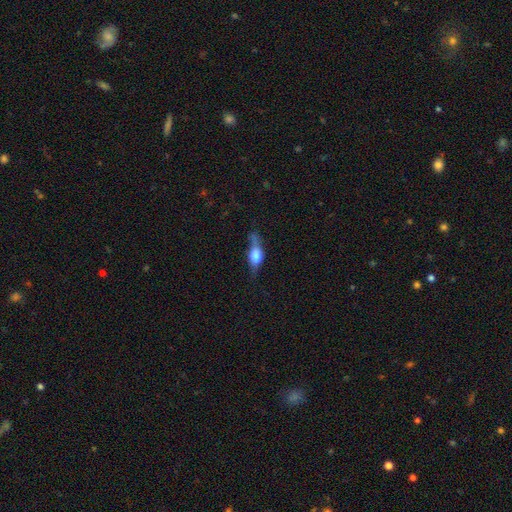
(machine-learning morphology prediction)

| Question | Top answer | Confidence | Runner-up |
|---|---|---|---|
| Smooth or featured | featured or disk | 47% | smooth (44%) |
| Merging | none | 50% | minor disturbance (30%) |